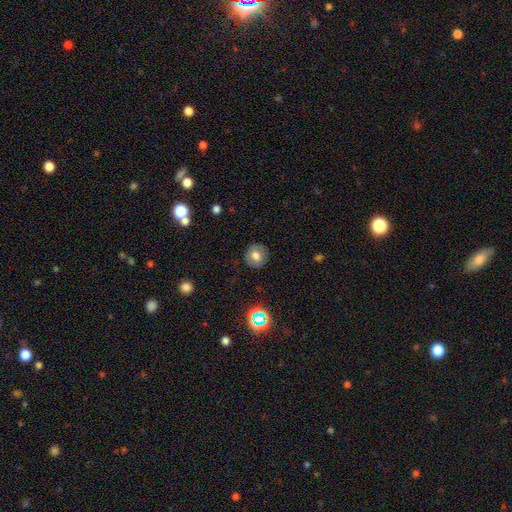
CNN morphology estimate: Smooth or featured?
  - smooth: 69% *
  - featured or disk: 19%
  - star or artifact: 12%
How rounded?
  - round: 88% *
  - in between: 11%
  - cigar-shaped: 1%
Merging?
  - none: 87% *
  - minor disturbance: 9%
  - major disturbance: 3%
  - merger: 1%